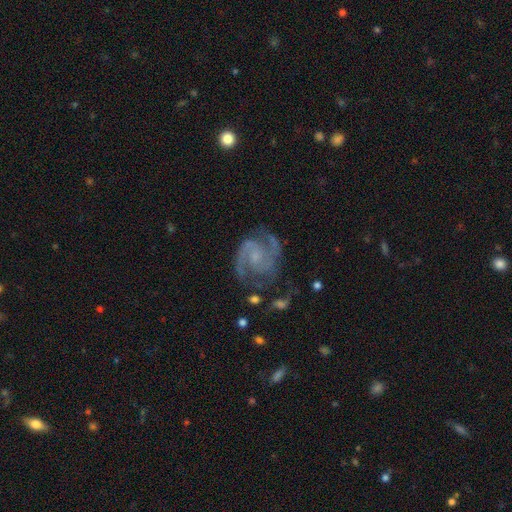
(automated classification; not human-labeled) Smooth or featured?
  - featured or disk: 90% *
  - star or artifact: 5%
  - smooth: 5%
Edge-on disk?
  - no: 98% *
  - yes: 2%
Bar?
  - no: 53% *
  - weak: 39%
  - strong: 8%
Spiral arms?
  - yes: 98% *
  - no: 2%
Spiral winding?
  - medium: 57% *
  - tight: 32%
  - loose: 12%
Spiral arm count?
  - 2: 86% *
  - 3: 6%
  - can't tell: 4%
  - 1: 2%
  - 4: 2%
  - more than 4: 1%
Bulge size?
  - small: 55% *
  - none: 21%
  - moderate: 20%
  - large: 2%
  - dominant: 1%
Merging?
  - none: 68% *
  - minor disturbance: 19%
  - major disturbance: 10%
  - merger: 3%